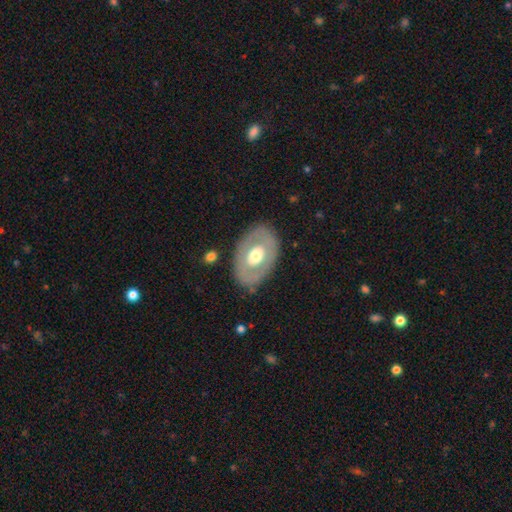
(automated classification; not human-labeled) The model was most divided on "smooth or featured": featured or disk: 51%, smooth: 43%, star or artifact: 5%. More confident: edge-on disk — no (90%); merging — none (81%).